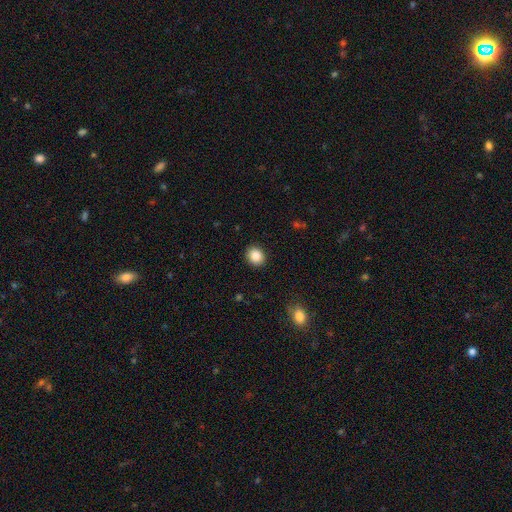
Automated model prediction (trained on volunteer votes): Morphology: type=smooth (86%); roundness=round (73%); merging=none (90%).